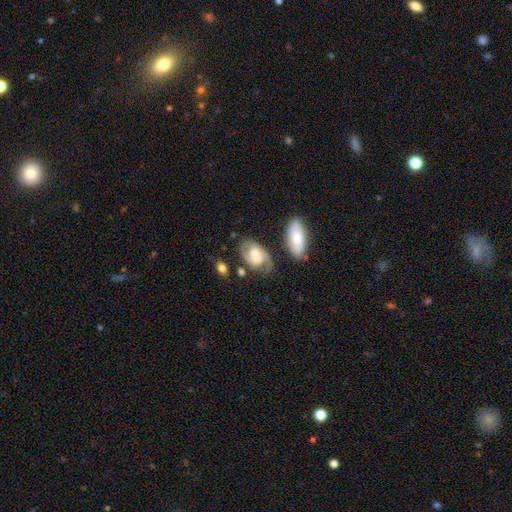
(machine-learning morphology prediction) A featured or disk galaxy (66%) with a weak bar (47%), 2 (82%) medium (50%) spiral arms (89%) and a moderate central bulge (34%).

Vote fractions:
- Smooth or featured? featured or disk: 66% / smooth: 28% / star or artifact: 7%
- Edge-on disk? no: 96% / yes: 4%
- Bar? weak: 47% / no: 38% / strong: 16%
- Spiral arms? yes: 89% / no: 11%
- Spiral winding? medium: 50% / tight: 31% / loose: 19%
- Spiral arm count? 2: 82% / can't tell: 9% / 1: 6% / 3: 1% / 4: 1% / more than 4: 1%
- Bulge size? moderate: 34% / large: 26% / small: 21% / none: 15% / dominant: 4%
- Merging? none: 64% / minor disturbance: 21% / major disturbance: 9% / merger: 7%